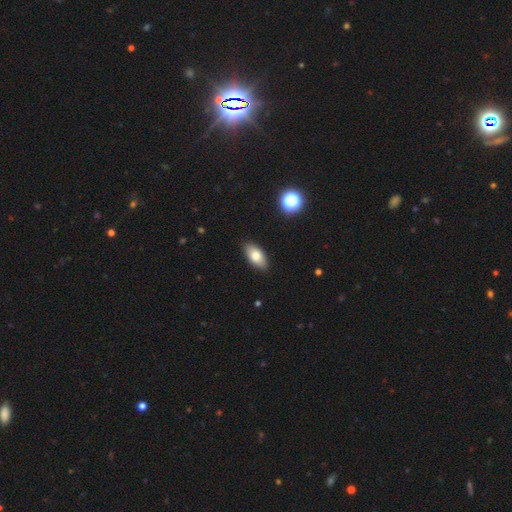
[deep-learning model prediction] This appears to be a smooth galaxy with no disk features (79%) that is in between round and cigar-shaped (90%). Merging: none (88%).